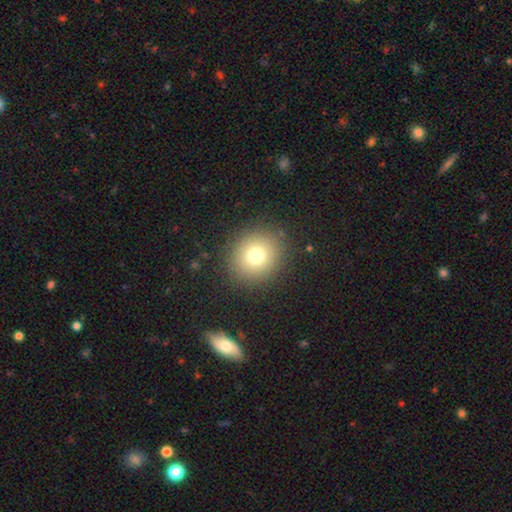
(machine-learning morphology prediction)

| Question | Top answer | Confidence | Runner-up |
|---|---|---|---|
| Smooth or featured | smooth | 74% | star or artifact (15%) |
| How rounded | round | 85% | in between (14%) |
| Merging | none | 89% | minor disturbance (7%) |